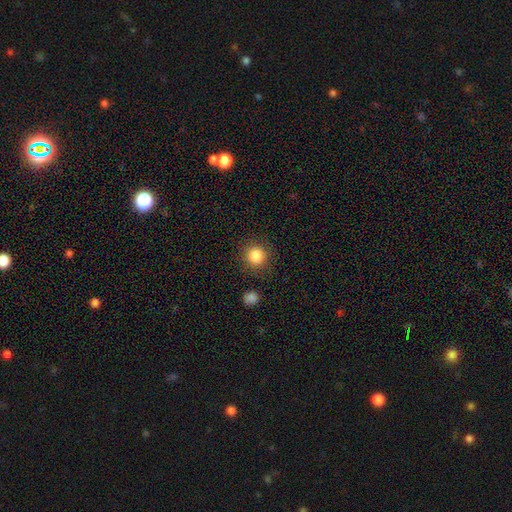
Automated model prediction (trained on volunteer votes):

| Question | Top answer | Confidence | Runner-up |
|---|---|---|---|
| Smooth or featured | smooth | 86% | star or artifact (10%) |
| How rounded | round | 94% | in between (5%) |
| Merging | none | 88% | minor disturbance (7%) |